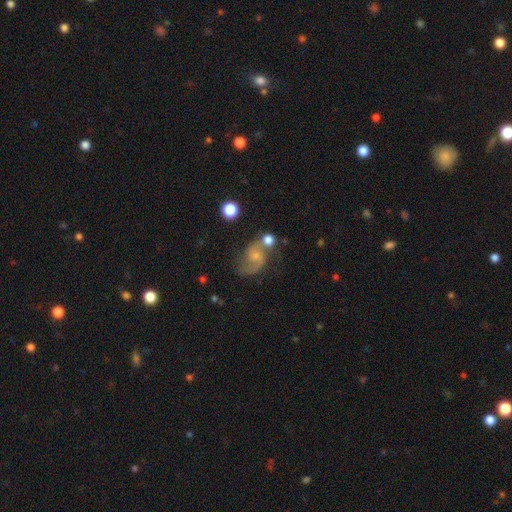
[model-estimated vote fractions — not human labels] Smooth or featured?
  - featured or disk: 78% *
  - smooth: 13%
  - star or artifact: 8%
Edge-on disk?
  - no: 98% *
  - yes: 2%
Bar?
  - no: 59% *
  - weak: 36%
  - strong: 6%
Spiral arms?
  - yes: 95% *
  - no: 5%
Spiral winding?
  - loose: 48% *
  - medium: 43%
  - tight: 9%
Spiral arm count?
  - 2: 89% *
  - 1: 5%
  - can't tell: 3%
  - 3: 1%
  - 4: 1%
  - more than 4: 1%
Bulge size?
  - small: 48% *
  - moderate: 32%
  - none: 14%
  - large: 3%
  - dominant: 1%
Merging?
  - none: 53% *
  - minor disturbance: 18%
  - merger: 17%
  - major disturbance: 11%